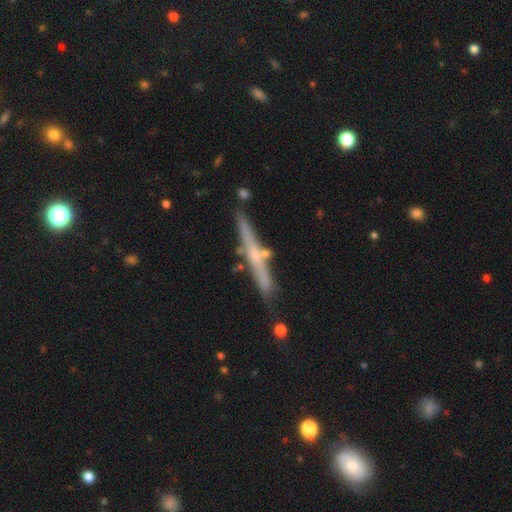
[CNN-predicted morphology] Smooth or featured? Predicted: featured or disk (p=0.62). Edge-on disk? Predicted: yes (p=0.96). Edge-on bulge? Predicted: none (p=0.49). Merging? Predicted: none (p=0.81).